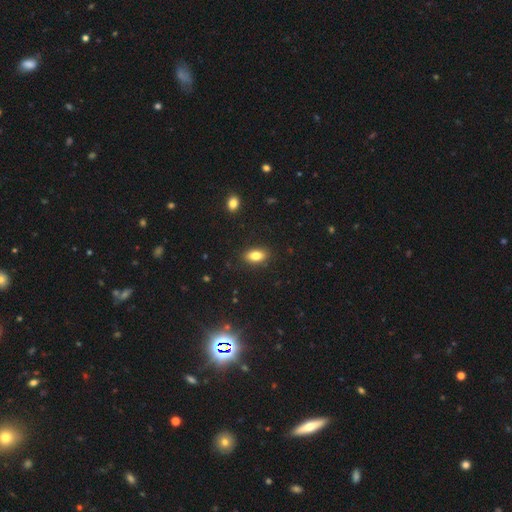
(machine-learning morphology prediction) Smooth or featured?
  - smooth: 83% *
  - featured or disk: 9%
  - star or artifact: 9%
How rounded?
  - in between: 90% *
  - round: 6%
  - cigar-shaped: 4%
Merging?
  - none: 87% *
  - minor disturbance: 9%
  - major disturbance: 2%
  - merger: 1%